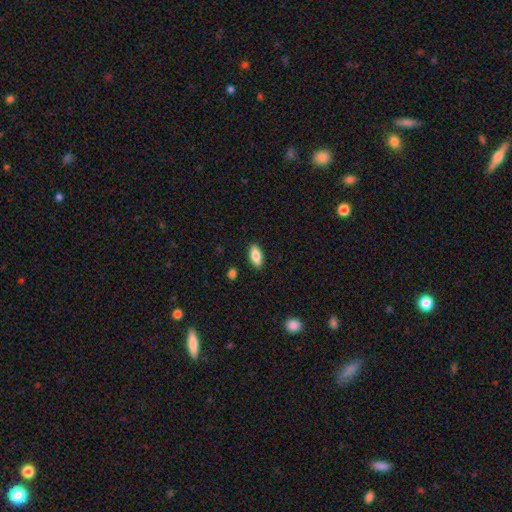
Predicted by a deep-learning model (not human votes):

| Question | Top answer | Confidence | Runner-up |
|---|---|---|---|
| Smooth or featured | smooth | 83% | featured or disk (10%) |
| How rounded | in between | 86% | cigar-shaped (11%) |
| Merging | none | 88% | minor disturbance (8%) |